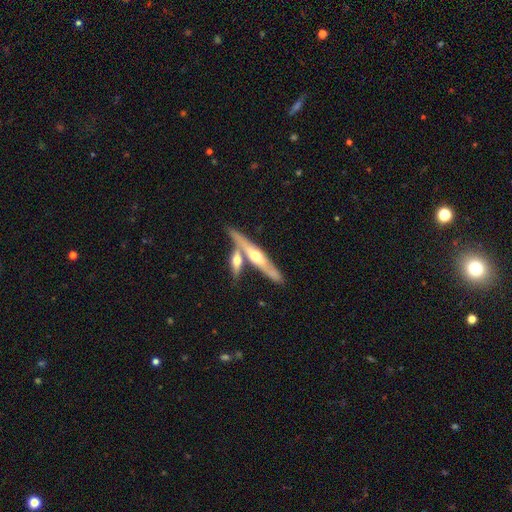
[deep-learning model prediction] This is likely a featured or disk galaxy (63%). It is clearly viewed edge-on (89%). Edge-on bulge: clearly rounded (85%). Merging: possibly none (54%).